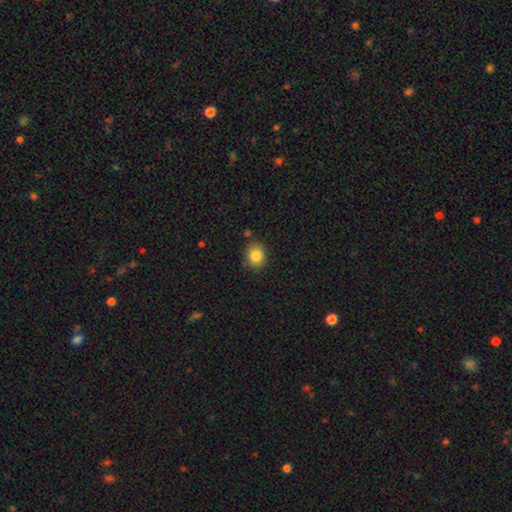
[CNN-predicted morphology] Smooth or featured: smooth — 85% (star or artifact — 9%)
How rounded: round — 67% (in between — 32%)
Merging: none — 82% (minor disturbance — 12%)